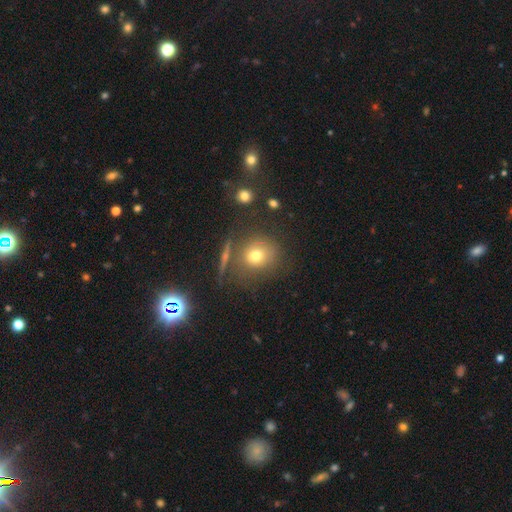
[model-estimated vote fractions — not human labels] Smooth or featured? smooth (69%)
How rounded? round (84%)
Merging? none (69%)